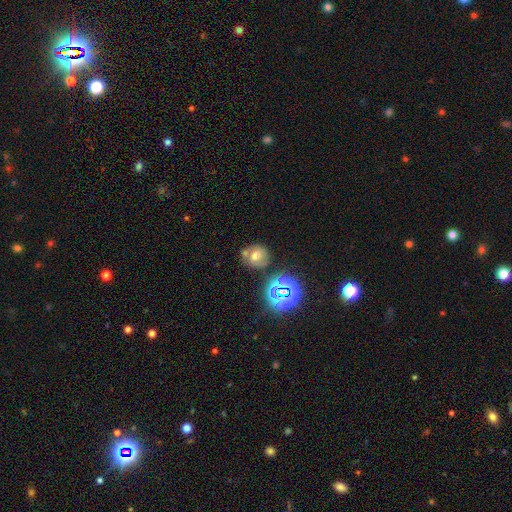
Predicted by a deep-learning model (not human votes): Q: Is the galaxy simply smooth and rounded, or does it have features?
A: smooth — 48%.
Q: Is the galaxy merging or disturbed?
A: none — 61%.